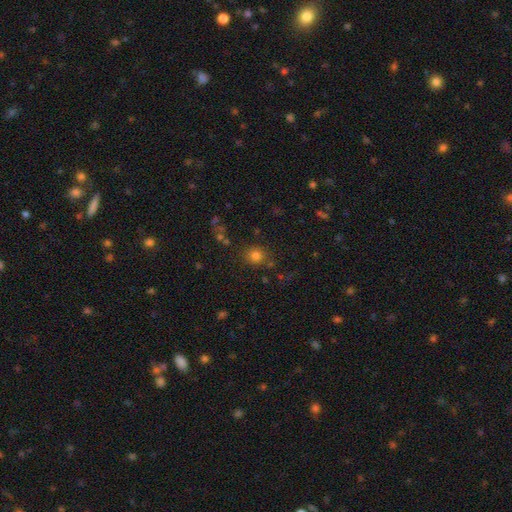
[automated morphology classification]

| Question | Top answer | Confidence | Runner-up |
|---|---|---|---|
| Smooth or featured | smooth | 77% | star or artifact (16%) |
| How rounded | round | 85% | in between (14%) |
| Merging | none | 79% | minor disturbance (11%) |